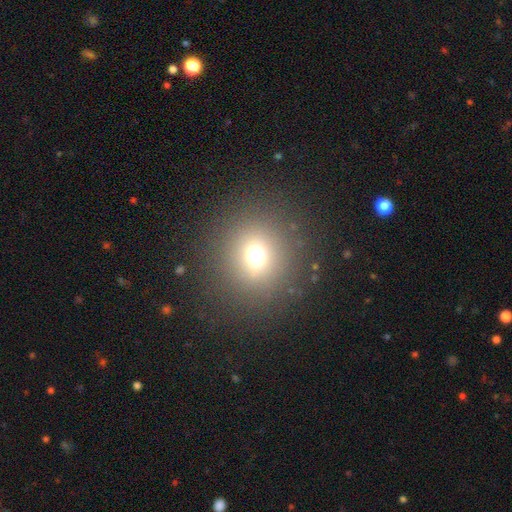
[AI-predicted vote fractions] A smooth galaxy with no disk features (66%) that is round (88%).

Vote fractions:
- Smooth or featured? smooth: 66% / star or artifact: 26% / featured or disk: 9%
- How rounded? round: 88% / in between: 11% / cigar-shaped: 1%
- Merging? none: 85% / minor disturbance: 7% / major disturbance: 5% / merger: 2%